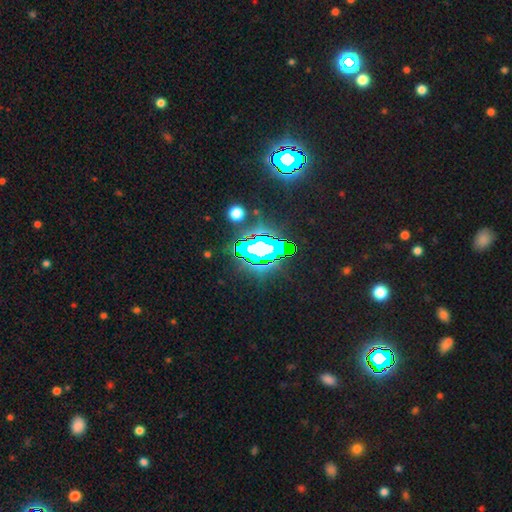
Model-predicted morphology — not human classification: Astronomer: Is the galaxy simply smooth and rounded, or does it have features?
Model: star or artifact — 79%.